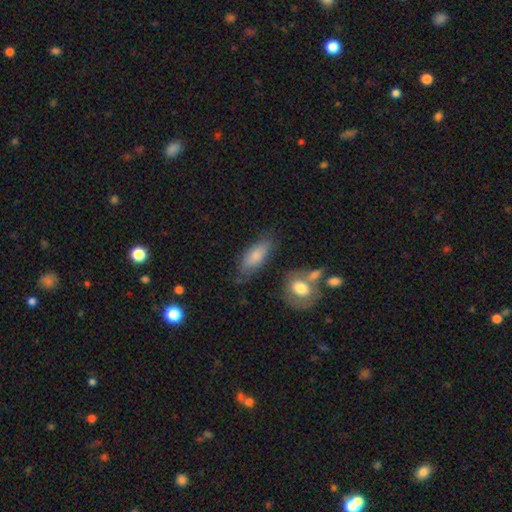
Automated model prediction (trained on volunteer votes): Smooth or featured?
  - smooth: 80% *
  - featured or disk: 14%
  - star or artifact: 6%
How rounded?
  - in between: 76% *
  - cigar-shaped: 22%
  - round: 3%
Merging?
  - none: 67% *
  - minor disturbance: 20%
  - merger: 7%
  - major disturbance: 6%